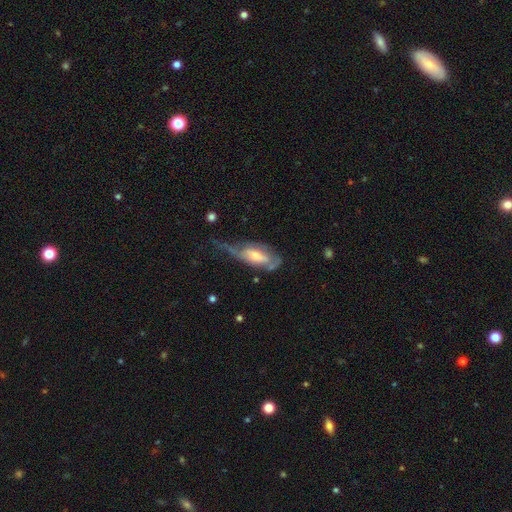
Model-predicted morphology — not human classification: Smooth or featured? Predicted: featured or disk (p=0.62). Edge-on disk? Predicted: no (p=0.81). Merging? Predicted: major disturbance (p=0.41).